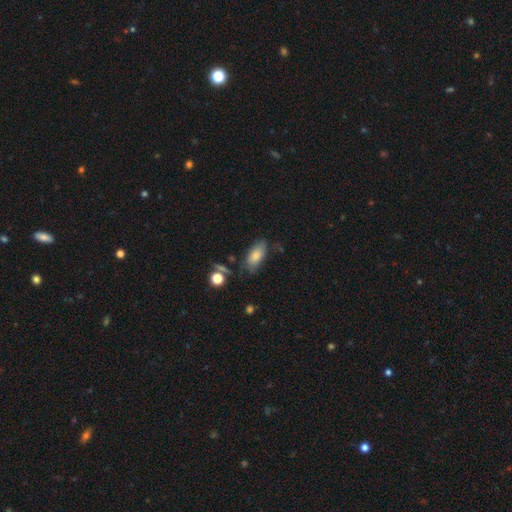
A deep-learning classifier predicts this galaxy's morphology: Smooth or featured?
  - smooth: 79% *
  - featured or disk: 12%
  - star or artifact: 9%
How rounded?
  - in between: 89% *
  - cigar-shaped: 7%
  - round: 4%
Merging?
  - none: 68% *
  - minor disturbance: 21%
  - major disturbance: 6%
  - merger: 5%